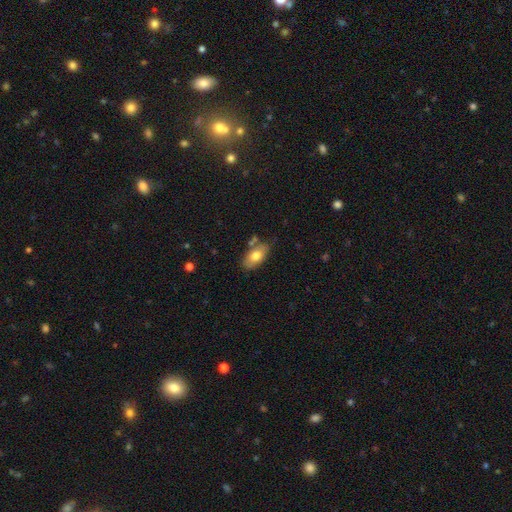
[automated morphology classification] A smooth galaxy with no disk features (74%) that is in between round and cigar-shaped (92%).

Vote fractions:
- Smooth or featured? smooth: 74% / featured or disk: 19% / star or artifact: 7%
- How rounded? in between: 92% / round: 5% / cigar-shaped: 3%
- Merging? none: 71% / minor disturbance: 17% / merger: 8% / major disturbance: 4%